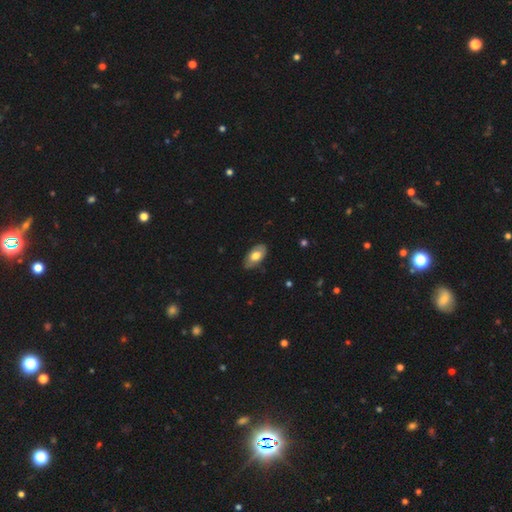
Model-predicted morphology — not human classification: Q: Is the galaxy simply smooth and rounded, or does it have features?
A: smooth — 64%.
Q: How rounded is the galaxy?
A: in between — 94%.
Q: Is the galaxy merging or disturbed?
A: none — 80%.